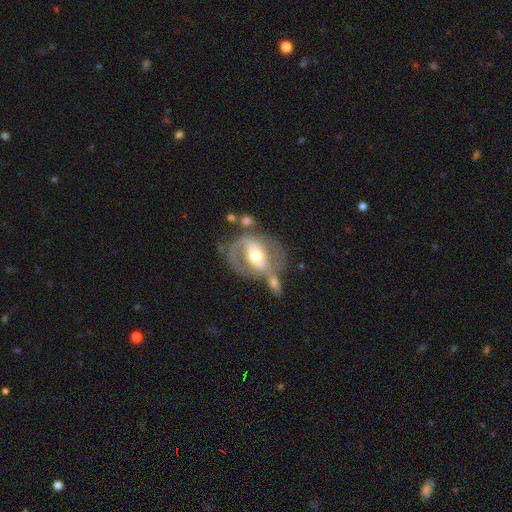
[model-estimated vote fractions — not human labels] A featured or disk galaxy (73%) with a strong bar (44%), spiral arms (66%) and a moderate central bulge (67%). Merging: none (42%).